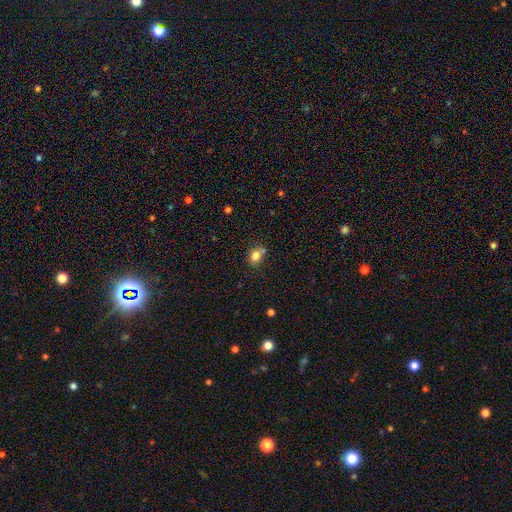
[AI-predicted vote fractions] smooth-or-featured: smooth: 81% | star or artifact: 12% | featured or disk: 8%
  how-rounded: round: 50% | in between: 49% | cigar-shaped: 1%
  merging: none: 57% | merger: 21% | minor disturbance: 17% | major disturbance: 5%